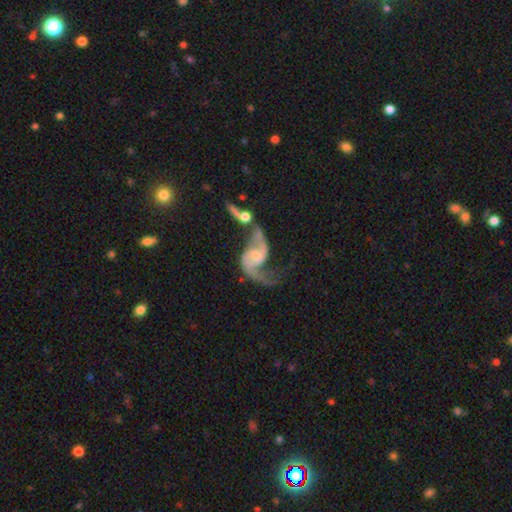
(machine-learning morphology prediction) Q: Smooth or featured?
A: featured or disk (88%); runner-up: smooth (7%)
Q: Edge-on disk?
A: no (97%); runner-up: yes (3%)
Q: Bar?
A: no (55%); runner-up: weak (35%)
Q: Spiral arms?
A: yes (95%); runner-up: no (5%)
Q: Spiral winding?
A: loose (71%); runner-up: medium (24%)
Q: Spiral arm count?
A: 2 (89%); runner-up: 1 (5%)
Q: Bulge size?
A: small (59%); runner-up: moderate (31%)
Q: Merging?
A: merger (37%); runner-up: none (28%)